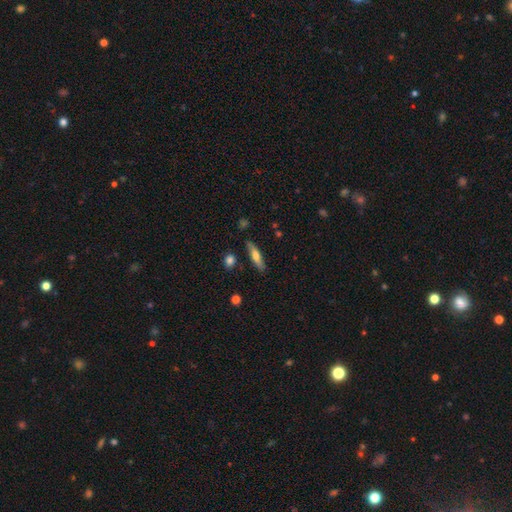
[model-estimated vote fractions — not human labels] Morphology: type=smooth (56%); roundness=cigar-shaped (77%); merging=none (84%).